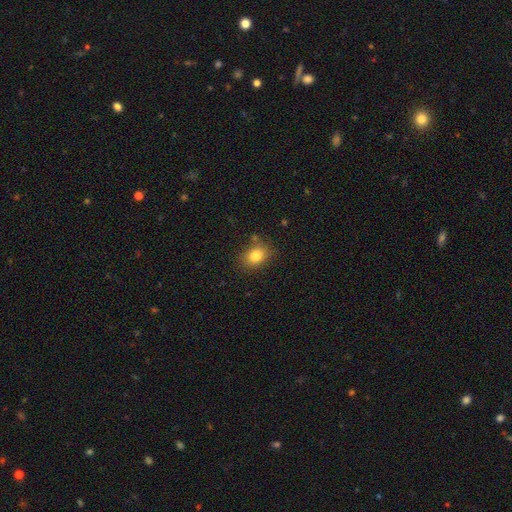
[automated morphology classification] The model was most divided on "how rounded": in between: 57%, round: 42%, cigar-shaped: 1%. More confident: smooth or featured — smooth (81%); merging — none (80%).